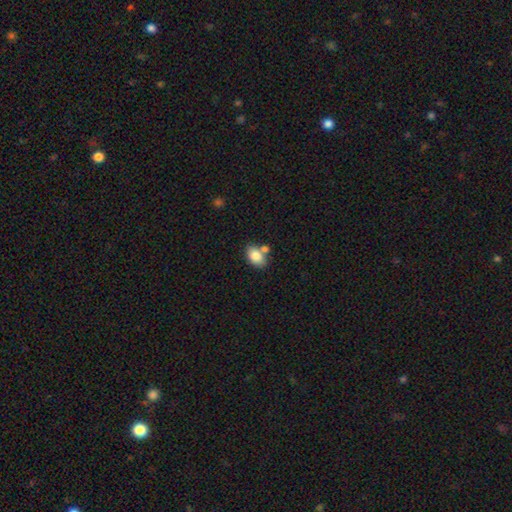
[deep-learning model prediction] A smooth galaxy with no disk features (82%) that is in between round and cigar-shaped (83%). Merging: none (61%).